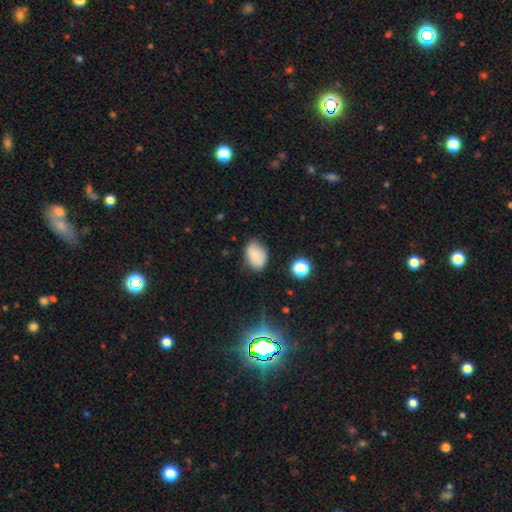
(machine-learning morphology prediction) Smooth or featured? Predicted: smooth (p=0.79). How rounded? Predicted: in between (p=0.85). Merging? Predicted: none (p=0.75).